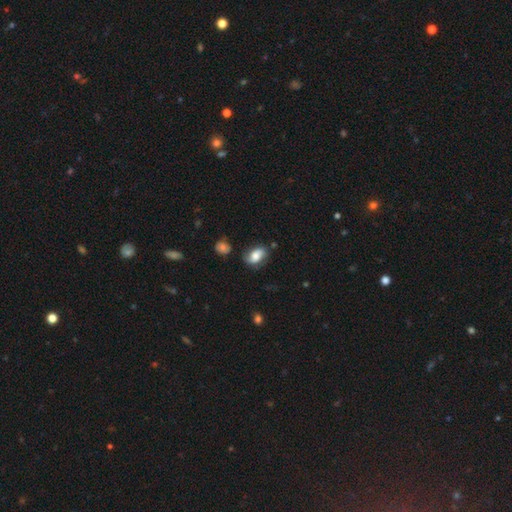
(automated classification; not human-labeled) Overall: smooth (62%; featured or disk 30%). How rounded: in between (86%). Merging: none (64%; minor disturbance 24%).